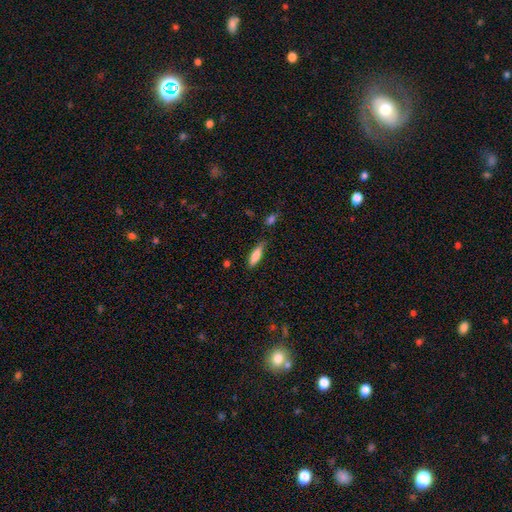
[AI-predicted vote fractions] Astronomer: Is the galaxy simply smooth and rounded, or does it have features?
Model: smooth — 82%.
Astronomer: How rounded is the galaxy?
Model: cigar-shaped — 55% (runner-up: in between, 43%).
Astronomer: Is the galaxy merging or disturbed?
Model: none — 72%.